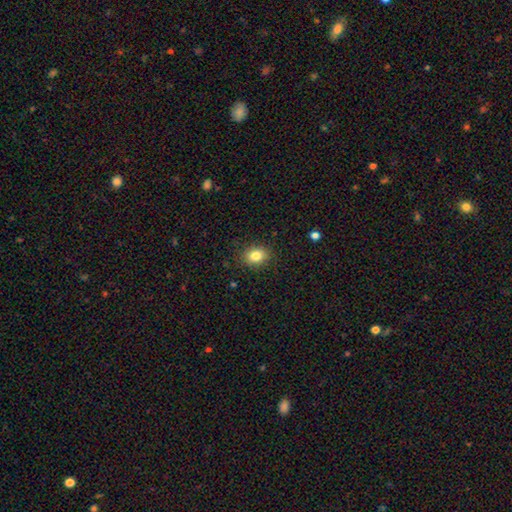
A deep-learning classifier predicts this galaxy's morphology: Smooth or featured: smooth — 83% (star or artifact — 10%)
How rounded: in between — 51% (round — 48%)
Merging: none — 88% (minor disturbance — 9%)